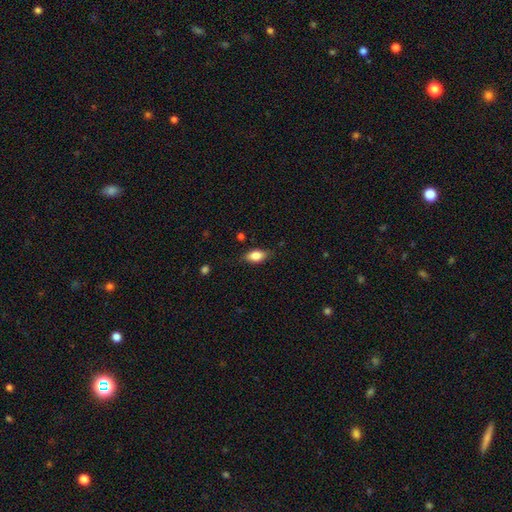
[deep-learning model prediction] smooth_or_featured: smooth (p=0.79) [alt: featured or disk p=0.13]
how_rounded: in between (p=0.87) [alt: cigar-shaped p=0.07]
merging: none (p=0.80) [alt: minor disturbance p=0.15]